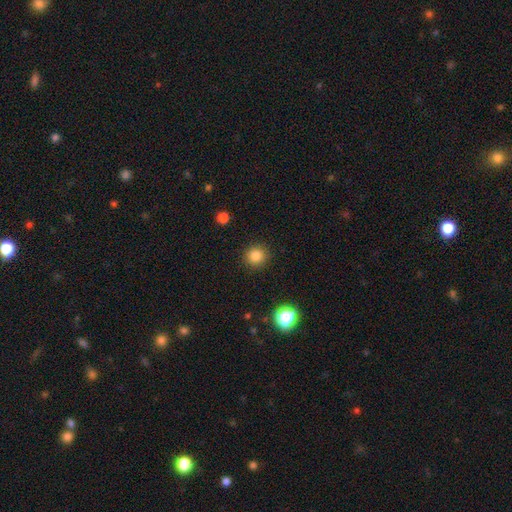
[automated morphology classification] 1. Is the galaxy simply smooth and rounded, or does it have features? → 83% smooth, 12% star or artifact, 5% featured or disk.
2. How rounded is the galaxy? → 92% round, 7% in between, 1% cigar-shaped.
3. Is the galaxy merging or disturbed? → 90% none, 6% minor disturbance, 2% major disturbance, 1% merger.